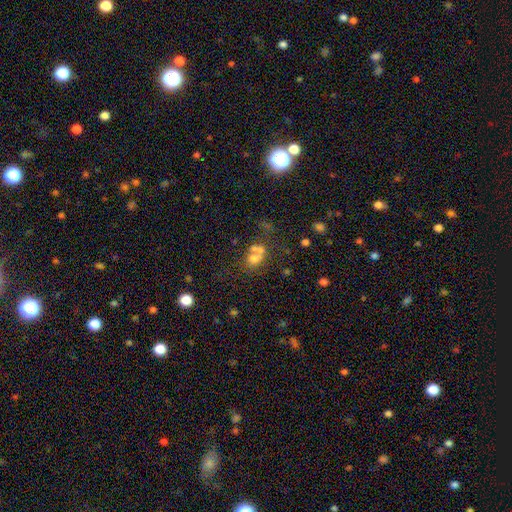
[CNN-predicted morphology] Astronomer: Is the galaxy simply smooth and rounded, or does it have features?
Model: smooth — 56%.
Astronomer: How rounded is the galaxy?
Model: round — 52% (runner-up: in between, 46%).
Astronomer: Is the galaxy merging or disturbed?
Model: merger — 53%.